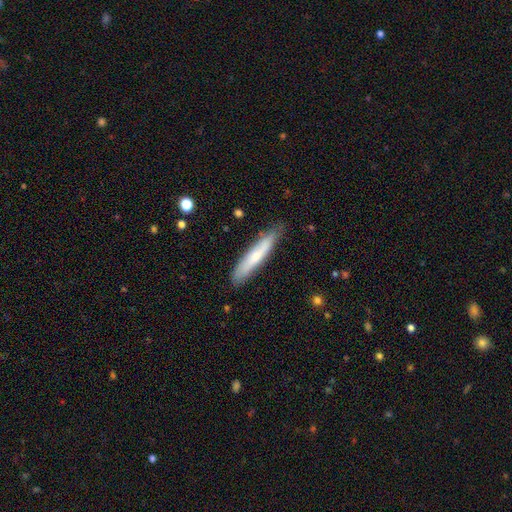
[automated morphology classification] Q: Smooth or featured?
A: smooth (61%); runner-up: featured or disk (33%)
Q: How rounded?
A: cigar-shaped (90%); runner-up: in between (9%)
Q: Merging?
A: none (84%); runner-up: minor disturbance (13%)